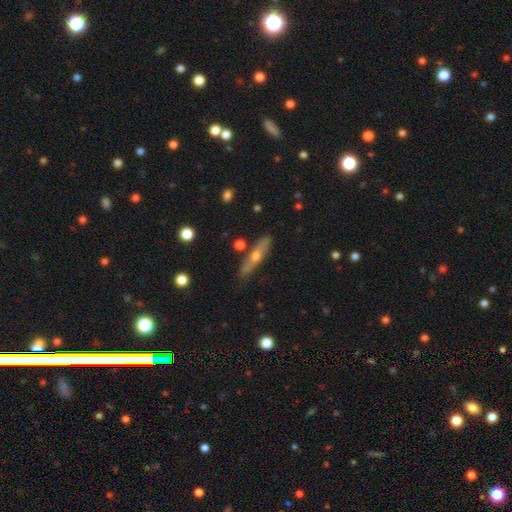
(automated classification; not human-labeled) A featured or disk galaxy (53%) viewed edge-on (79%).

Vote fractions:
- Smooth or featured? featured or disk: 53% / smooth: 40% / star or artifact: 7%
- Edge-on disk? yes: 79% / no: 21%
- Merging? none: 82% / minor disturbance: 12% / merger: 3% / major disturbance: 3%